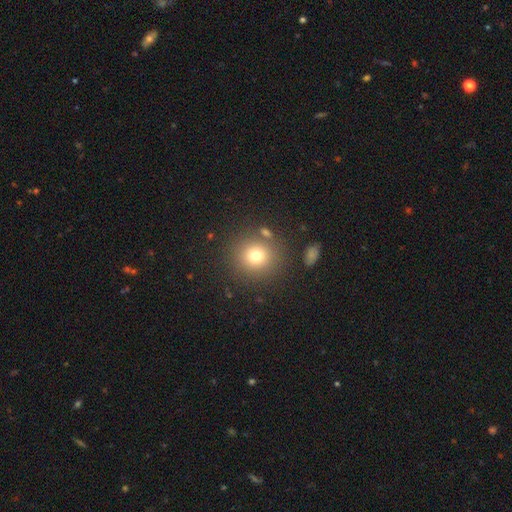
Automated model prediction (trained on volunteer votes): Q: Smooth or featured?
A: smooth (75%); runner-up: star or artifact (15%)
Q: How rounded?
A: round (89%); runner-up: in between (10%)
Q: Merging?
A: none (81%); runner-up: minor disturbance (8%)